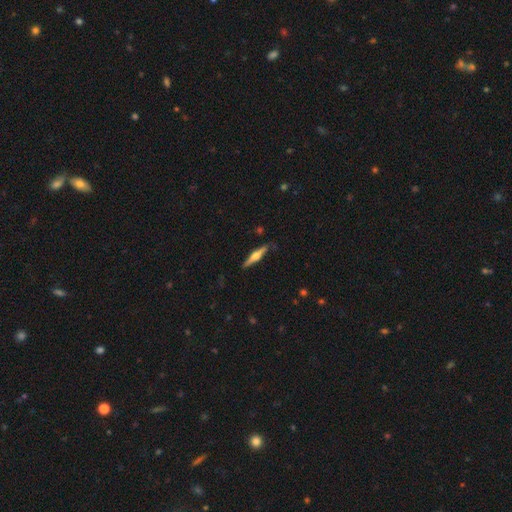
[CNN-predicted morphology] Q: Smooth or featured?
A: featured or disk (68%); runner-up: smooth (27%)
Q: Edge-on disk?
A: yes (97%); runner-up: no (3%)
Q: Edge-on bulge?
A: rounded (90%); runner-up: boxy (6%)
Q: Merging?
A: none (88%); runner-up: minor disturbance (9%)